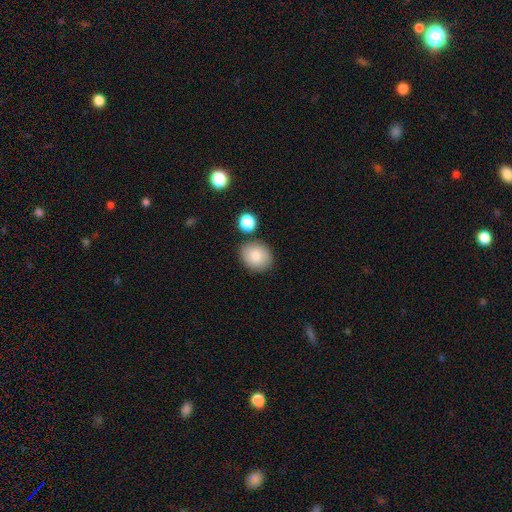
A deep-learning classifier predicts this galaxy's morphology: A smooth galaxy with no disk features (83%) that is round (58%). Merging: none (81%).